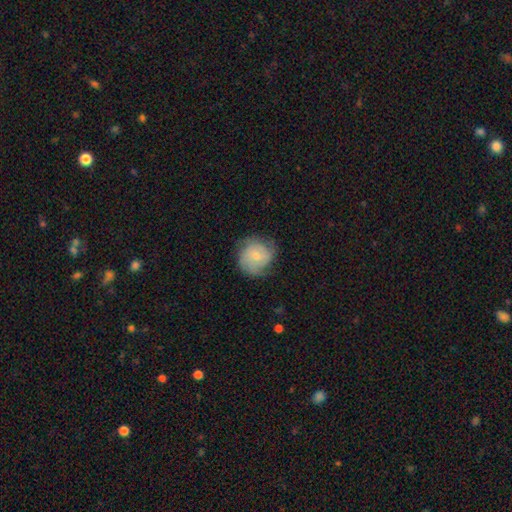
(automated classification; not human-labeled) Smooth or featured? smooth (52%)
How rounded? round (87%)
Merging? none (67%)